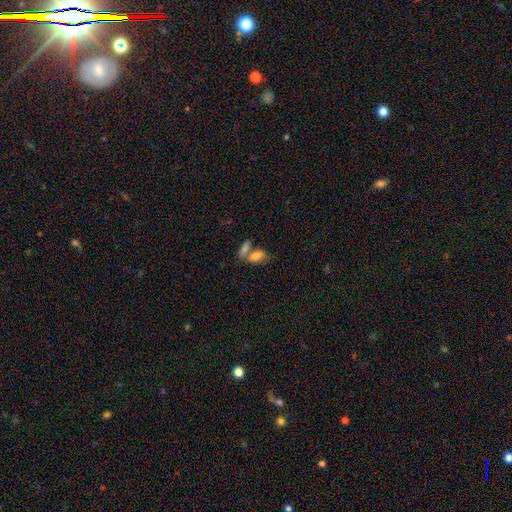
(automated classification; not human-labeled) Smooth or featured? Predicted: smooth (p=0.77). How rounded? Predicted: in between (p=0.84). Merging? Predicted: merger (p=0.51).